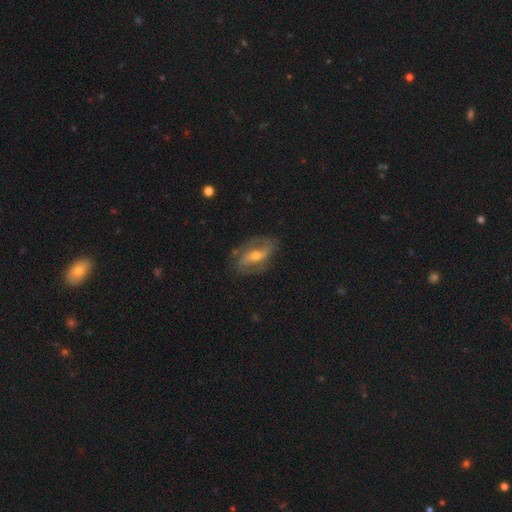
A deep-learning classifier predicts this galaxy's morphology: The model was most divided on "bar": strong: 42%, weak: 33%, no: 24%. Remaining: edge-on disk — no (92%); spiral arms — yes (85%); spiral arm count — 2 (83%); smooth or featured — featured or disk (78%); merging — none (74%); bulge size — moderate (57%); spiral winding — medium (43%).